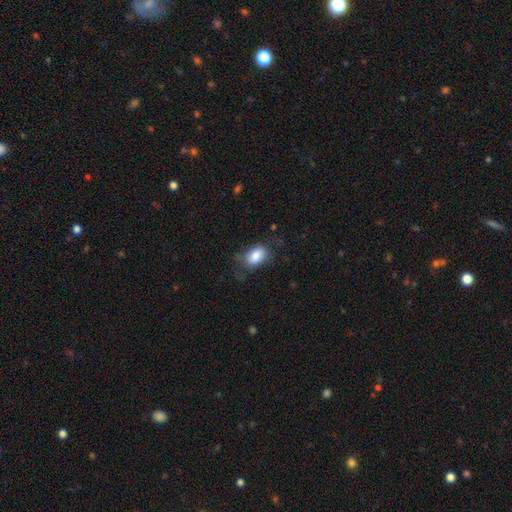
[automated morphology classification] smooth-or-featured: smooth: 82% | featured or disk: 11% | star or artifact: 8%
  how-rounded: in between: 82% | round: 17% | cigar-shaped: 1%
  merging: none: 53% | minor disturbance: 27% | major disturbance: 18% | merger: 2%